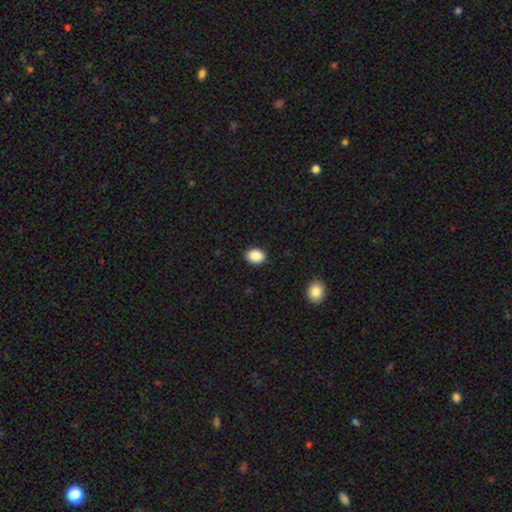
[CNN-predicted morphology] type=smooth (89%); roundness=in between (63%); merging=none (90%).